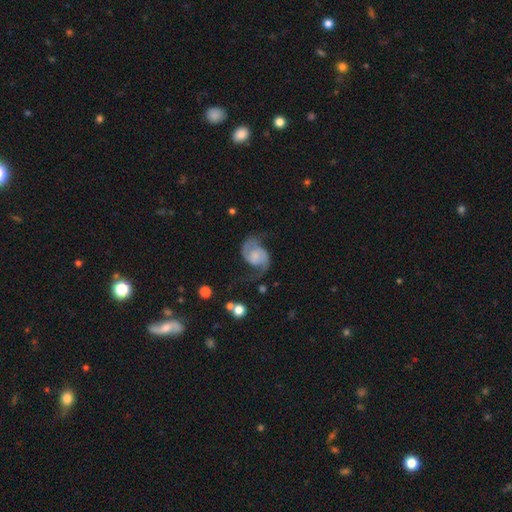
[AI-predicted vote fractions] Overall: featured or disk (84%). Edge-on disk: no (98%). Bar: no (59%; weak 33%). Spiral arms: yes (96%). Spiral arm count: 2 (93%). Spiral winding: loose (47%; medium 42%). Bulge size: small (39%; moderate 27%). Merging: none (61%).